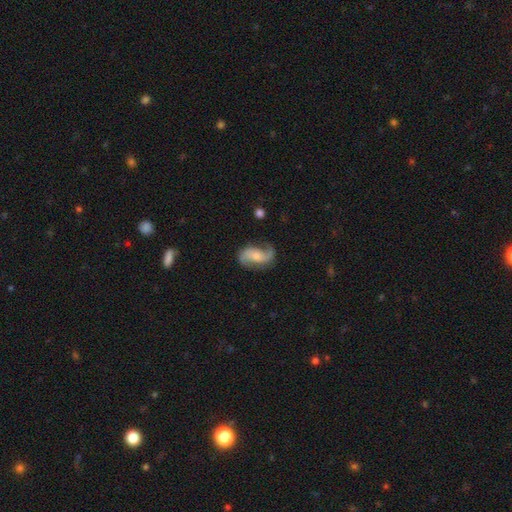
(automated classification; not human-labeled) featured or disk 81%, smooth 13%, star or artifact 6%. Down the decision tree: edge-on disk — no (97%); bar — no (54%); spiral arms — yes (96%); spiral arm count — 2 (89%); spiral winding — loose (58%); bulge size — small (39%, tied with moderate); merging — none (72%).